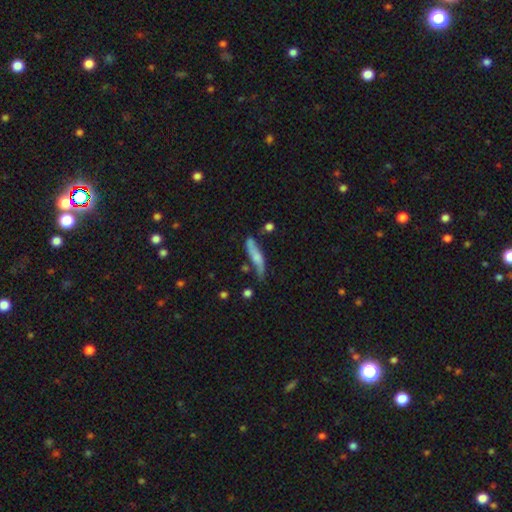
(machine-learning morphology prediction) smooth_or_featured: smooth (p=0.54) [alt: featured or disk p=0.39]
how_rounded: cigar-shaped (p=0.79) [alt: in between p=0.19]
merging: none (p=0.53) [alt: minor disturbance p=0.28]